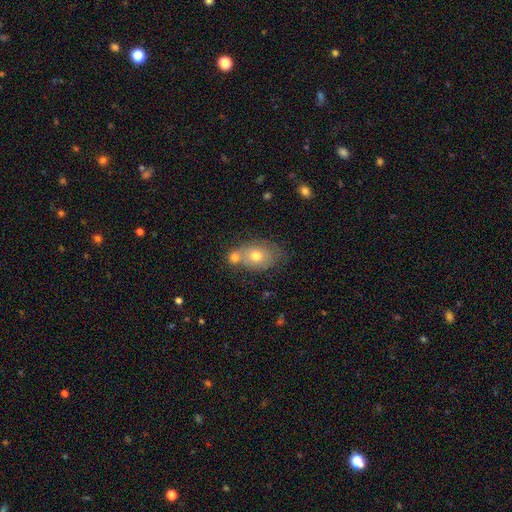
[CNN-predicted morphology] type=smooth (69%); roundness=in between (72%); merging=merger (41%, tied with none).